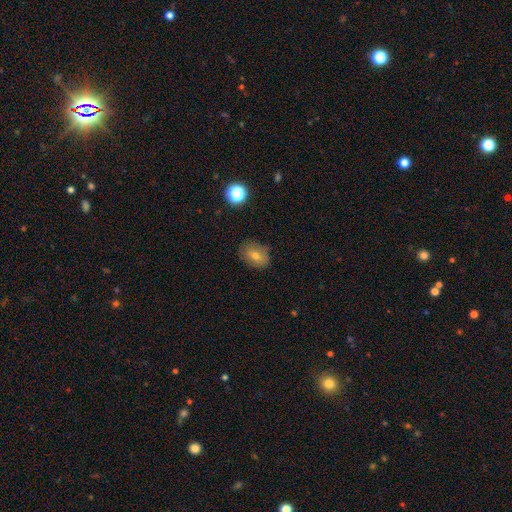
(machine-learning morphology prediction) smooth-or-featured: smooth: 63% | featured or disk: 23% | star or artifact: 13%
  how-rounded: in between: 62% | round: 37% | cigar-shaped: 1%
  merging: none: 81% | minor disturbance: 14% | major disturbance: 4% | merger: 1%